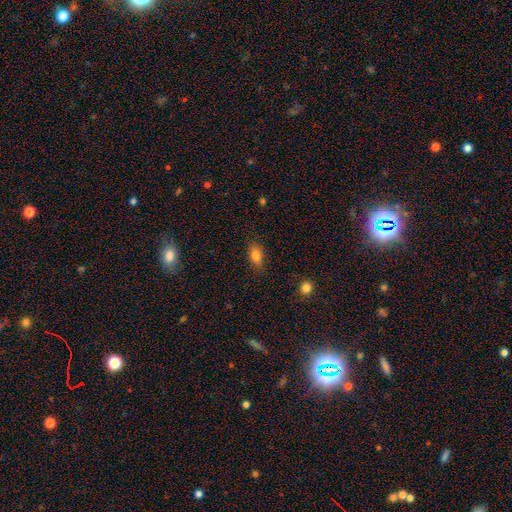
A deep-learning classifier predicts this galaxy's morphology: smooth_or_featured: smooth (p=0.79) [alt: featured or disk p=0.11]
how_rounded: in between (p=0.83) [alt: round p=0.11]
merging: none (p=0.84) [alt: minor disturbance p=0.12]